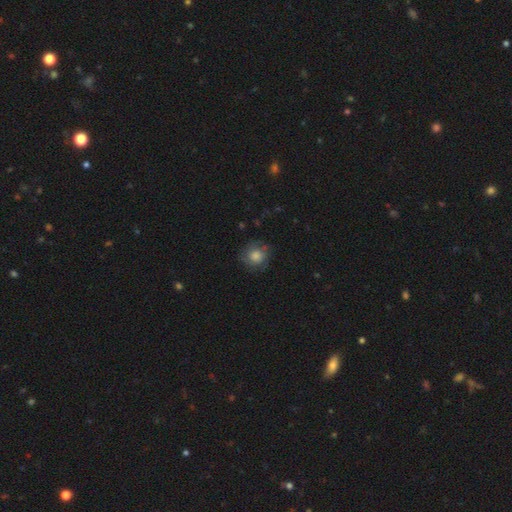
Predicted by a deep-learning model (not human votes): Q: Smooth or featured?
A: smooth (65%); runner-up: featured or disk (24%)
Q: How rounded?
A: round (88%); runner-up: in between (11%)
Q: Merging?
A: none (75%); runner-up: minor disturbance (17%)